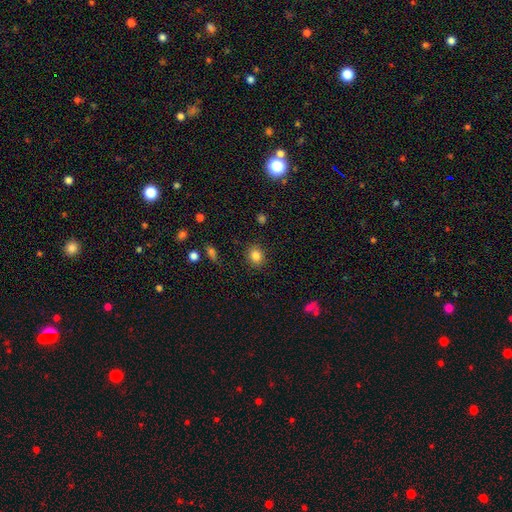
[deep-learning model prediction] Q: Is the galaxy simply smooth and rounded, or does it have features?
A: smooth — 83%.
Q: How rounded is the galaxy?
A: round — 67%.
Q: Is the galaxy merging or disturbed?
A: none — 87%.